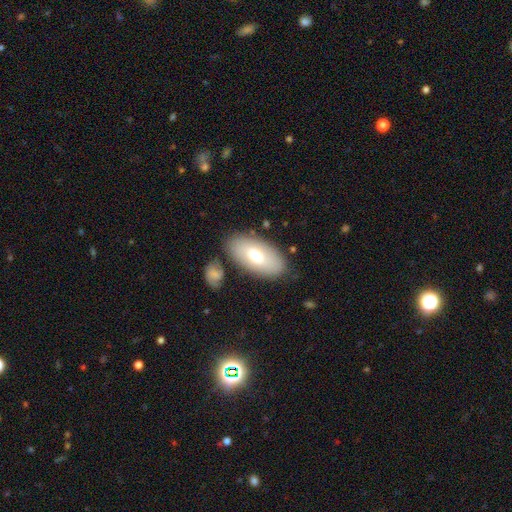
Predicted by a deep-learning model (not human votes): Overall: smooth (69%). How rounded: in between (93%). Merging: none (81%).